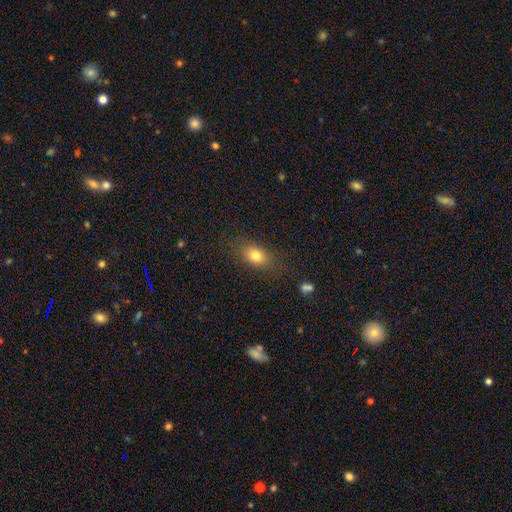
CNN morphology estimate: The model was most divided on "how rounded": in between: 71%, round: 25%, cigar-shaped: 5%. More confident: merging — none (79%); smooth or featured — smooth (78%).